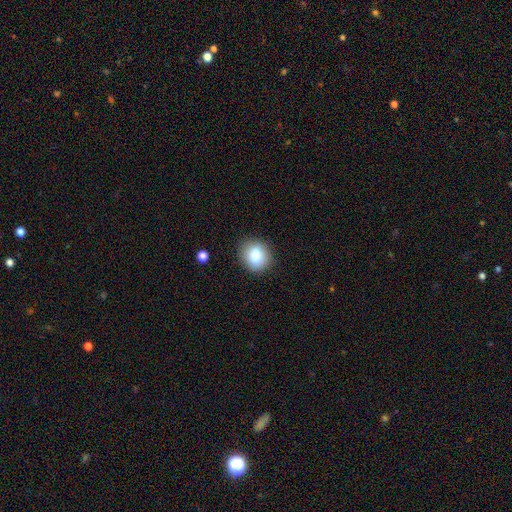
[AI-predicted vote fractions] A smooth galaxy with no disk features (84%) that is round (72%). Merging: none (86%).